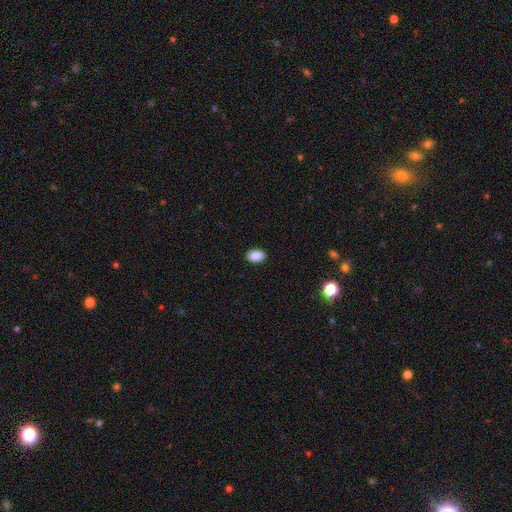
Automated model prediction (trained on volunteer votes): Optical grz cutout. It shows a smooth galaxy with no disk features (89%) that is in between round and cigar-shaped (88%). Merging: none (89%).